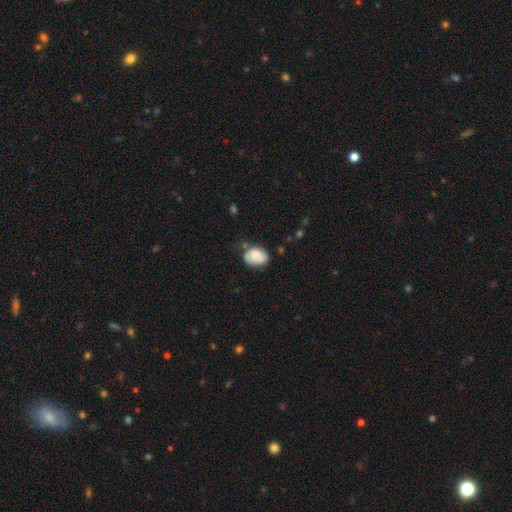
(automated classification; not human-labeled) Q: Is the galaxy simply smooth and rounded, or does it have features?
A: smooth — 74%.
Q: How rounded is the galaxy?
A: in between — 82%.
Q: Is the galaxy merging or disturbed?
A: none — 59%.